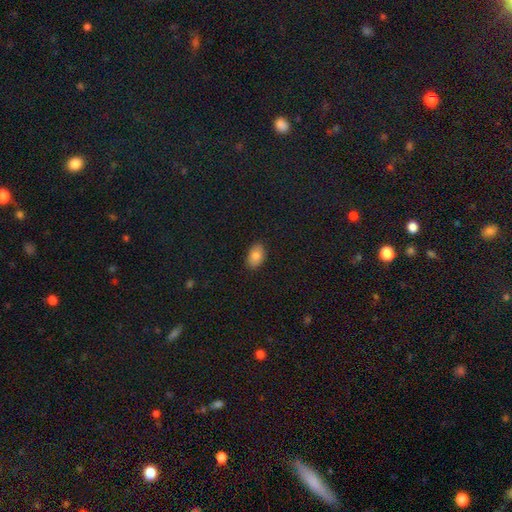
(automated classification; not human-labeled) Smooth or featured: smooth — 83% (star or artifact — 9%)
How rounded: in between — 89% (round — 10%)
Merging: none — 88% (minor disturbance — 10%)